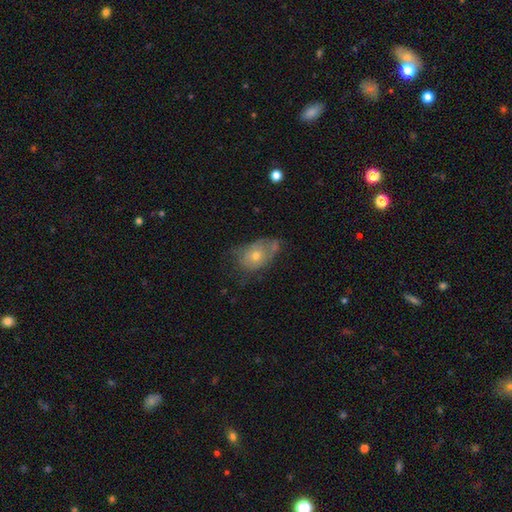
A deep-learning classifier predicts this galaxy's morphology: Q: Smooth or featured?
A: smooth (54%); runner-up: featured or disk (37%)
Q: How rounded?
A: in between (80%); runner-up: round (18%)
Q: Merging?
A: none (39%); runner-up: minor disturbance (35%)